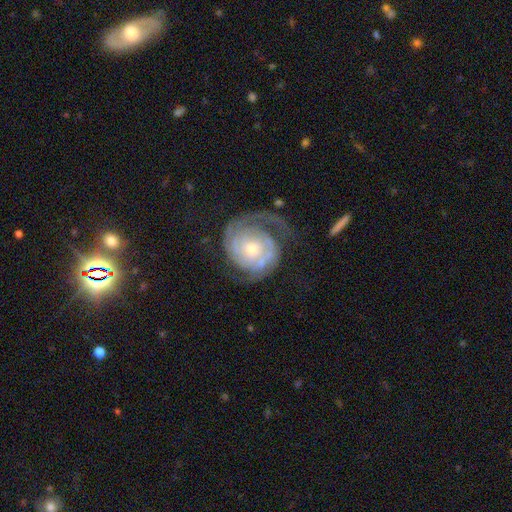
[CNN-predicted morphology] Smooth or featured?
  - featured or disk: 85% *
  - smooth: 10%
  - star or artifact: 5%
Edge-on disk?
  - no: 97% *
  - yes: 3%
Bar?
  - no: 75% *
  - weak: 20%
  - strong: 5%
Spiral arms?
  - yes: 94% *
  - no: 6%
Spiral winding?
  - tight: 58% *
  - medium: 30%
  - loose: 12%
Spiral arm count?
  - 2: 58% *
  - can't tell: 17%
  - 3: 9%
  - 1: 9%
  - 4: 4%
  - more than 4: 3%
Bulge size?
  - small: 54% *
  - moderate: 39%
  - large: 4%
  - none: 2%
  - dominant: 1%
Merging?
  - none: 57% *
  - major disturbance: 22%
  - minor disturbance: 18%
  - merger: 3%